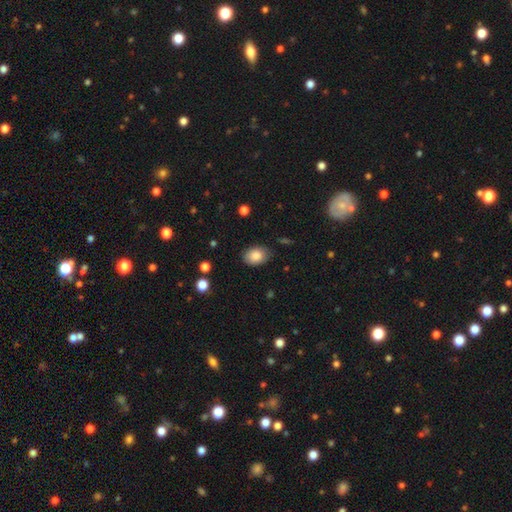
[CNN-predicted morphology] Overall: smooth (85%). How rounded: in between (78%). Merging: none (82%).